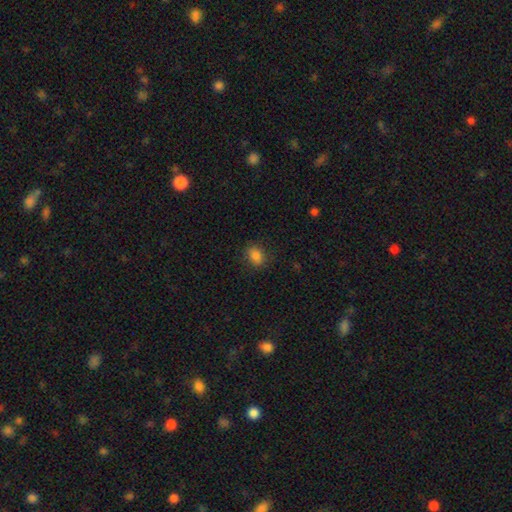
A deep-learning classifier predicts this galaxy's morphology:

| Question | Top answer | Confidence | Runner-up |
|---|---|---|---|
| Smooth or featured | smooth | 84% | star or artifact (11%) |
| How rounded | in between | 67% | round (32%) |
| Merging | none | 83% | minor disturbance (13%) |